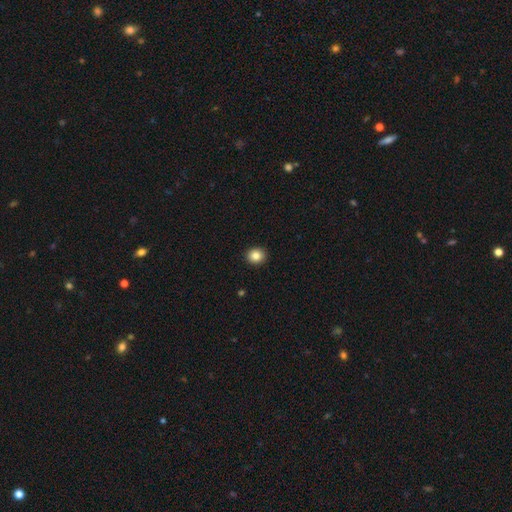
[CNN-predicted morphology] A smooth galaxy with no disk features (85%) that is round (81%).

Vote fractions:
- Smooth or featured? smooth: 85% / star or artifact: 10% / featured or disk: 5%
- How rounded? round: 81% / in between: 18% / cigar-shaped: 1%
- Merging? none: 93% / minor disturbance: 5% / major disturbance: 2% / merger: 1%